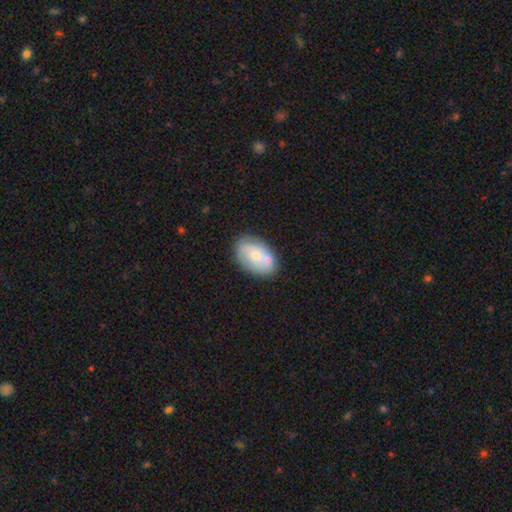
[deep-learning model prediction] A smooth galaxy with no disk features (58%) that is in between round and cigar-shaped (88%). Merging: none (62%).